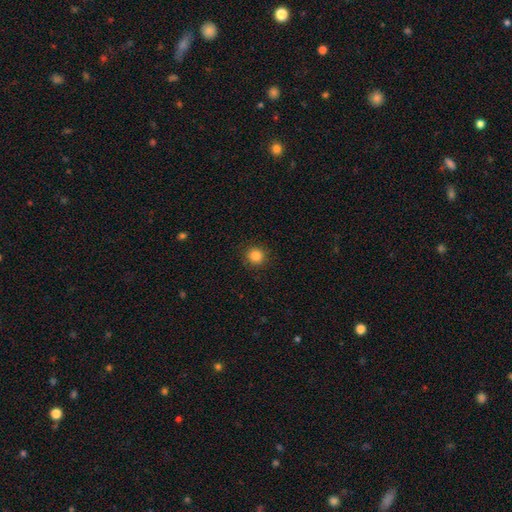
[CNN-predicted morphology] Smooth or featured? smooth (85%)
How rounded? round (93%)
Merging? none (90%)